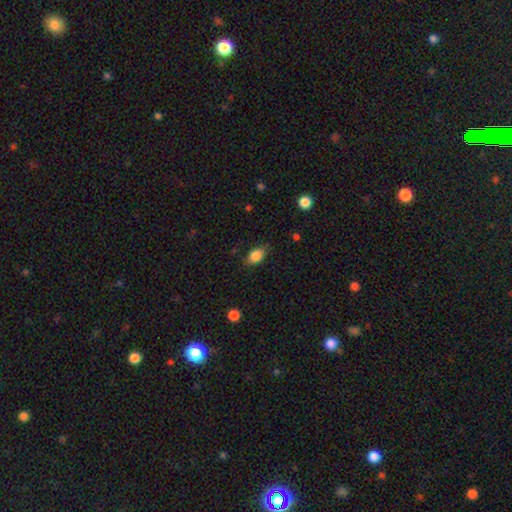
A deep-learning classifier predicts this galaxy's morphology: Smooth or featured?
  - smooth: 86% *
  - star or artifact: 9%
  - featured or disk: 6%
How rounded?
  - in between: 79% *
  - round: 19%
  - cigar-shaped: 2%
Merging?
  - none: 76% *
  - minor disturbance: 19%
  - major disturbance: 4%
  - merger: 1%